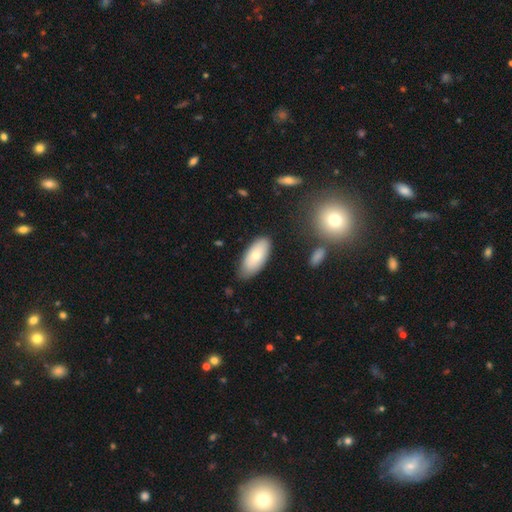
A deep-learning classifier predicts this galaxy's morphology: The model was most divided on "smooth or featured": smooth: 75%, featured or disk: 18%, star or artifact: 7%. More confident: how rounded — in between (91%); merging — none (77%).